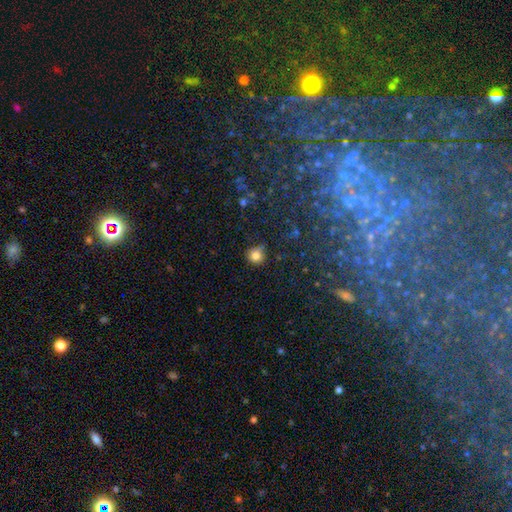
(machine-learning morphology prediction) smooth-or-featured: smooth: 81% | star or artifact: 13% | featured or disk: 6%
  how-rounded: round: 90% | in between: 9% | cigar-shaped: 1%
  merging: none: 74% | minor disturbance: 18% | major disturbance: 5% | merger: 3%